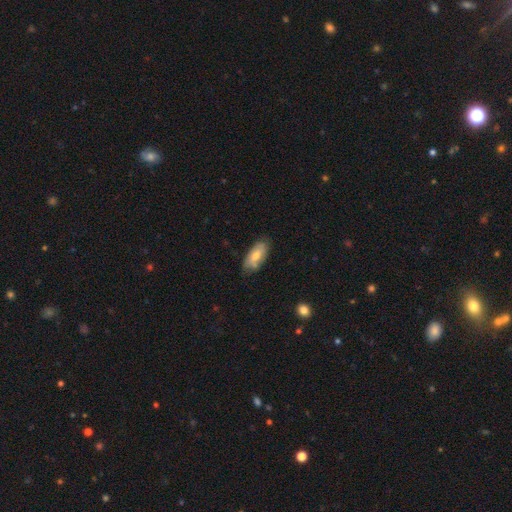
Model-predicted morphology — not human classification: type=smooth (65%); roundness=in between (87%); merging=none (73%).